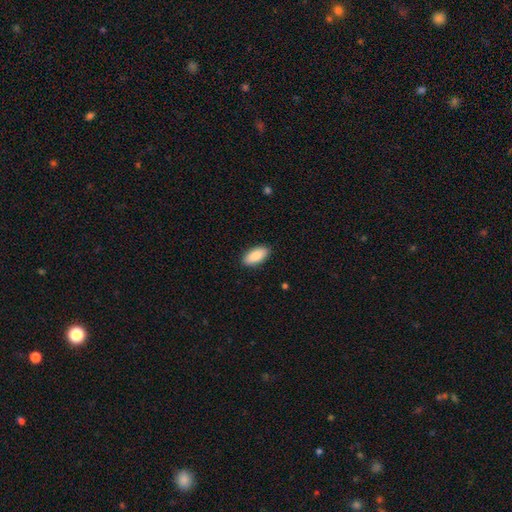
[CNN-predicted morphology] smooth 88%, star or artifact 6%, featured or disk 6%. Down the decision tree: how rounded — in between (91%); merging — none (90%).